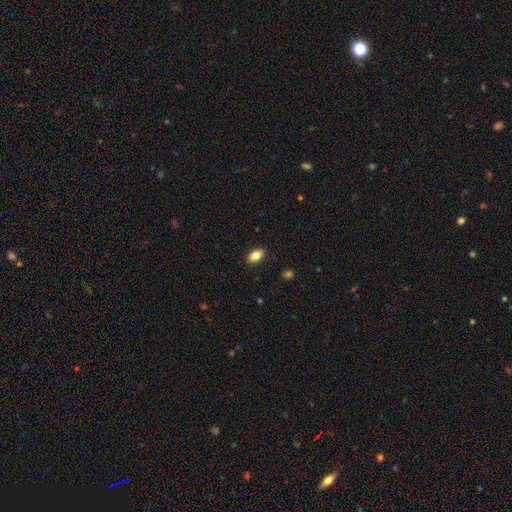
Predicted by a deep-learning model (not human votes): smooth_or_featured: smooth (p=0.86) [alt: star or artifact p=0.08]
how_rounded: in between (p=0.90) [alt: round p=0.07]
merging: none (p=0.89) [alt: minor disturbance p=0.08]